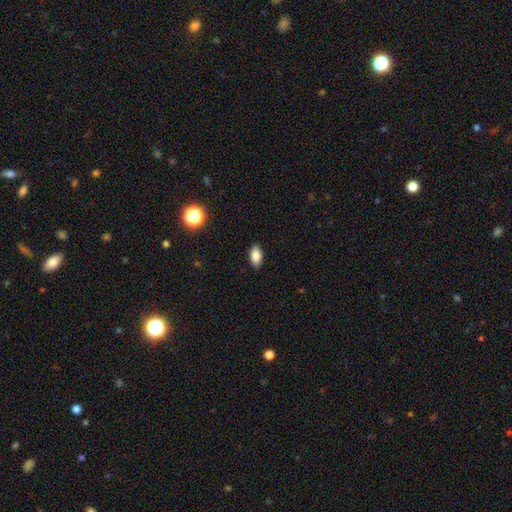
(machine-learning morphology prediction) The model was most divided on "smooth or featured": smooth: 82%, featured or disk: 9%, star or artifact: 9%. More confident: how rounded — in between (91%); merging — none (89%).